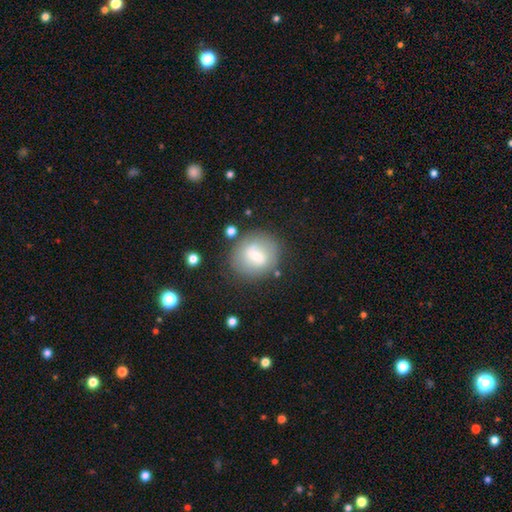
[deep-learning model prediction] This appears to be a smooth galaxy with no disk features (54%) that is round (78%). Merging: none (70%).